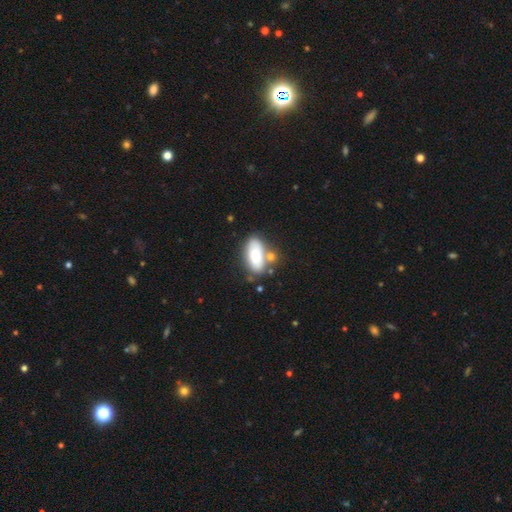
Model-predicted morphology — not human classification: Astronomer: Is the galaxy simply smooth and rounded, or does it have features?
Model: smooth — 77%.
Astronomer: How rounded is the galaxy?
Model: in between — 89%.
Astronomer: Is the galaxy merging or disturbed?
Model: none — 56%.